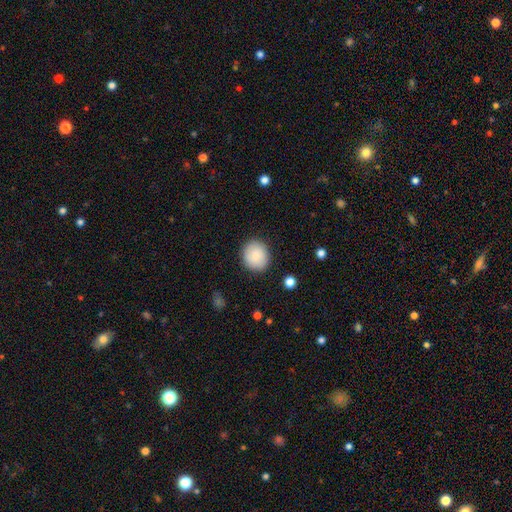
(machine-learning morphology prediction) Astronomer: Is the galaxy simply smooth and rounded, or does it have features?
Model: smooth — 83%.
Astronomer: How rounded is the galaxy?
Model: round — 79%.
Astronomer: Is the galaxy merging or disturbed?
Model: none — 88%.